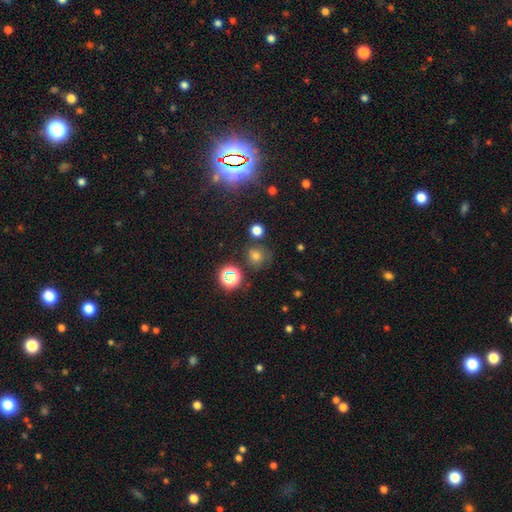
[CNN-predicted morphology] Smooth or featured? smooth (61%)
How rounded? round (88%)
Merging? none (76%)